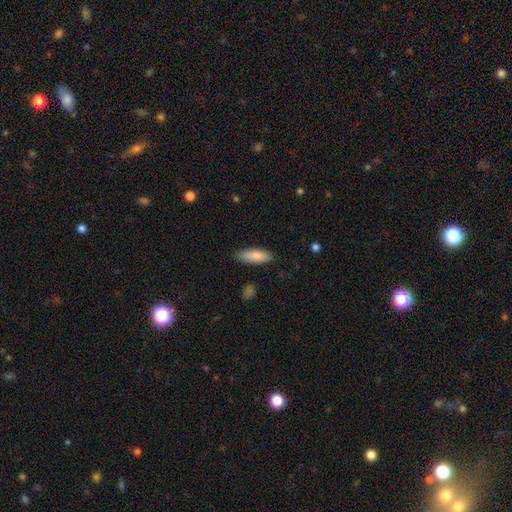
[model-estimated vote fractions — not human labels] Morphology: type=smooth (82%); roundness=in between (59%); merging=none (84%).